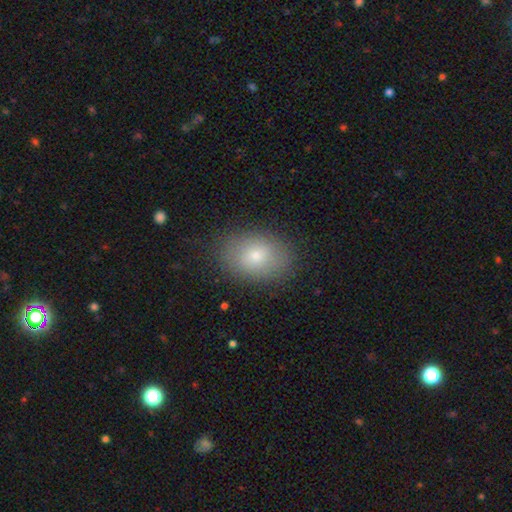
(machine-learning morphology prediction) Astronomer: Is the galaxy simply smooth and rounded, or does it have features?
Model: smooth — 74%.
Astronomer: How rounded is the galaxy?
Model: in between — 76%.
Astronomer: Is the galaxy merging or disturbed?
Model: none — 84%.